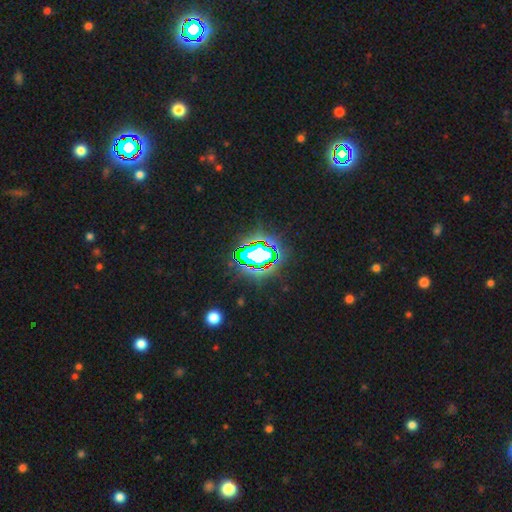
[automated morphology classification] This is clearly a star or artifact rather than a galaxy (80%).